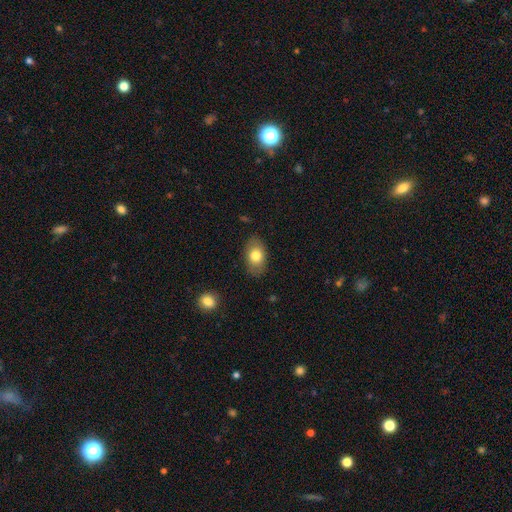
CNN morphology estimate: type=smooth (78%); roundness=in between (86%); merging=none (84%).